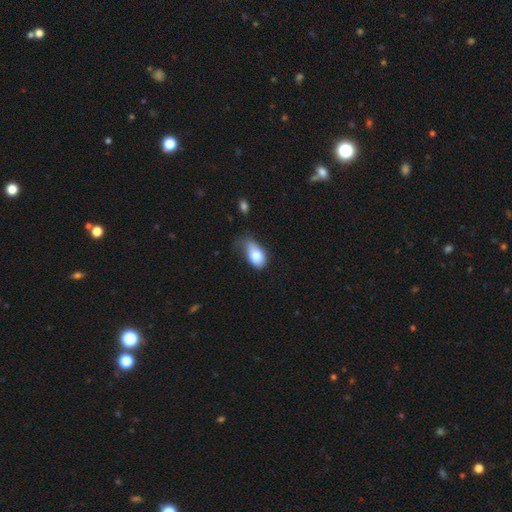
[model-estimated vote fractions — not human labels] The model was most divided on "merging": minor disturbance: 41%, major disturbance: 33%, none: 20%, merger: 6%. More confident: how rounded — in between (88%); smooth or featured — smooth (80%).